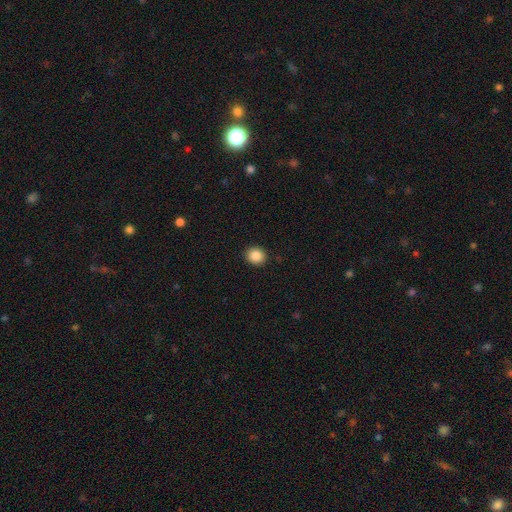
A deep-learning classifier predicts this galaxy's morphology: This is clearly a smooth galaxy (87%). How rounded: clearly round (83%). Merging: clearly none (92%).